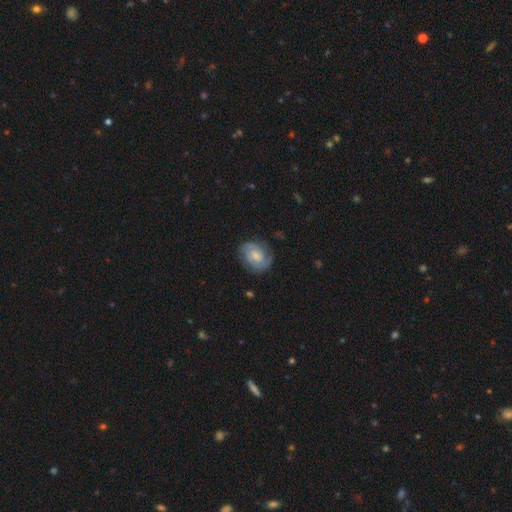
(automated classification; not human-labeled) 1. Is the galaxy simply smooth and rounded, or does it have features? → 63% featured or disk, 30% smooth, 7% star or artifact.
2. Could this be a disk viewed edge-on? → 97% no, 3% yes.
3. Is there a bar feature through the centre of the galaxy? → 56% no, 38% weak, 6% strong.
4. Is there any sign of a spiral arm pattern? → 90% yes, 10% no.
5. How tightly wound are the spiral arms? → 47% tight, 40% medium, 13% loose.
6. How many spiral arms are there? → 67% 2, 18% can't tell, 7% 3, 4% 1, 2% 4, 2% more than 4.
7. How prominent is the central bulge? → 42% moderate, 32% small, 13% none, 11% large, 2% dominant.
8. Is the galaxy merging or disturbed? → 75% none, 18% minor disturbance, 6% major disturbance, 1% merger.